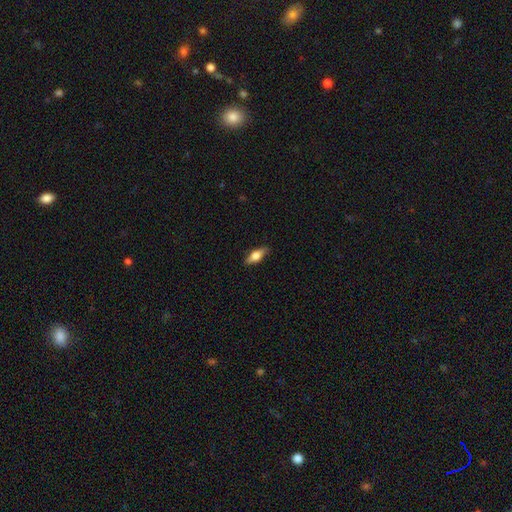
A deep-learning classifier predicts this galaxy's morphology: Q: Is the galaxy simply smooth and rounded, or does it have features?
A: smooth — 59%.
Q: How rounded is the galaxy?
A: in between — 71%.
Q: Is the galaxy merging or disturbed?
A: none — 85%.